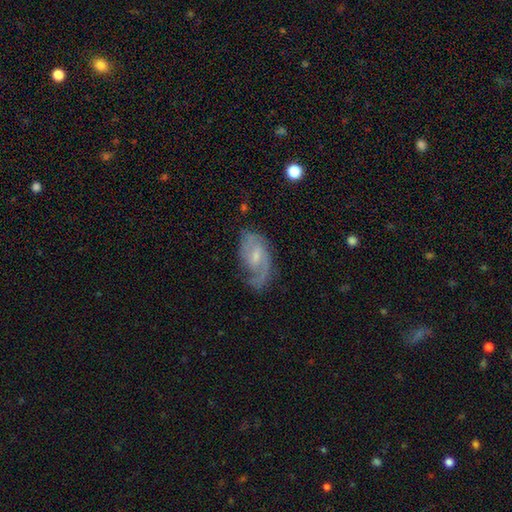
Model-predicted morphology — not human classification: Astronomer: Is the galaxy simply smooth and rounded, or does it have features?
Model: featured or disk — 79%.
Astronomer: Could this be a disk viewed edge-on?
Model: no — 96%.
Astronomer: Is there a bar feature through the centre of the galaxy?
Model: weak — 49% (runner-up: no, 43%).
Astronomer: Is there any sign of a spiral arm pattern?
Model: yes — 94%.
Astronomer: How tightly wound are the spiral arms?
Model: medium — 47% (runner-up: tight, 33%).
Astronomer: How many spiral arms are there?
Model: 2 — 67%.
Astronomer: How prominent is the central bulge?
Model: small — 59%.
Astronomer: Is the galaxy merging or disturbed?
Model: none — 68%.